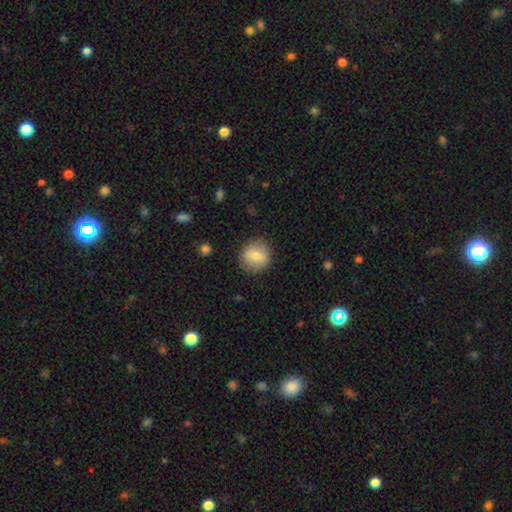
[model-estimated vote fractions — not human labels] This is likely a smooth galaxy (75%). How rounded: clearly round (86%). Merging: clearly none (86%).